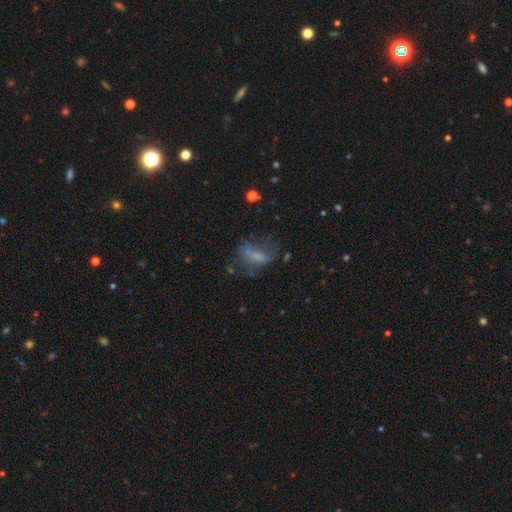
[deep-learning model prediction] smooth 44%, featured or disk 39%, star or artifact 16%. Down the decision tree: merging — major disturbance (38%).